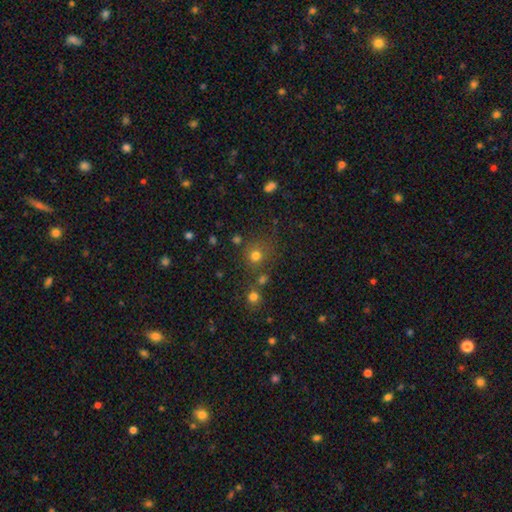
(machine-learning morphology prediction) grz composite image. It shows a smooth galaxy with no disk features (74%) that is round (88%). Merging: none (71%).